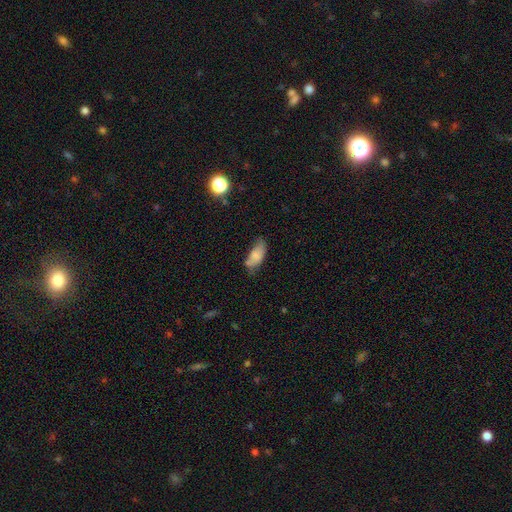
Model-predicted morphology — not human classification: smooth 77%, featured or disk 15%, star or artifact 8%. Down the decision tree: how rounded — in between (85%); merging — none (50%).